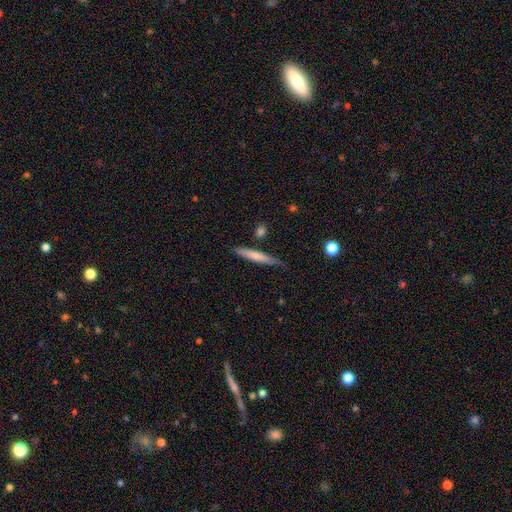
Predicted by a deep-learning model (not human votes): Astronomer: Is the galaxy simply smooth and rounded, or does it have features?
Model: smooth — 65%.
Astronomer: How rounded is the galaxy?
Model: cigar-shaped — 93%.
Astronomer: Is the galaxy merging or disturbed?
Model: none — 74%.